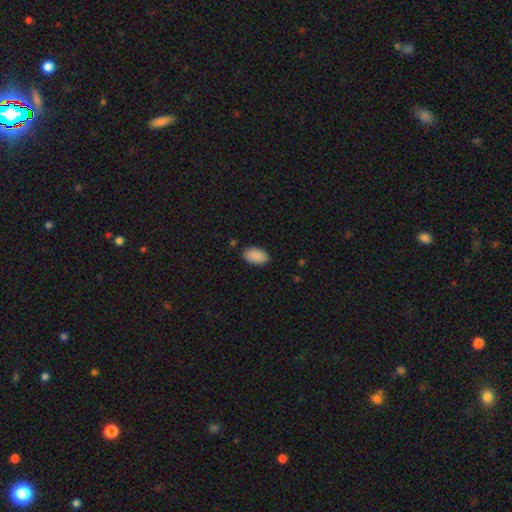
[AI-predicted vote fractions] The model was most divided on "merging": none: 86%, minor disturbance: 11%, major disturbance: 2%, merger: 1%. More confident: how rounded — in between (94%); smooth or featured — smooth (90%).